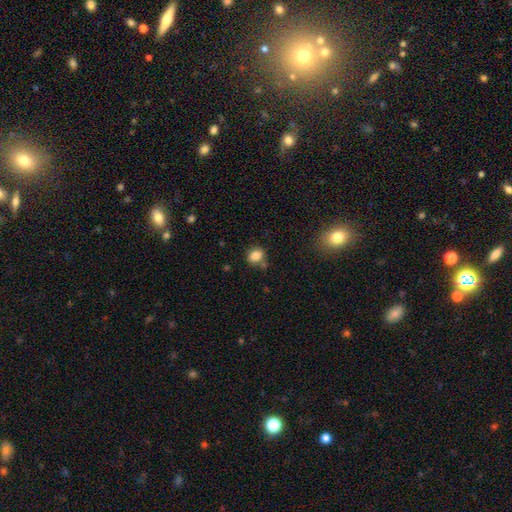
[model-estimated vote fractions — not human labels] Smooth or featured? Predicted: smooth (p=0.84). How rounded? Predicted: round (p=0.62). Merging? Predicted: none (p=0.68).